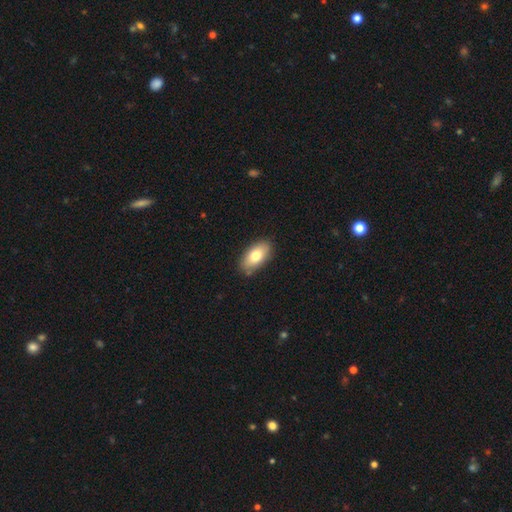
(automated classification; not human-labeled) smooth 77%, featured or disk 16%, star or artifact 7%. Down the decision tree: how rounded — in between (92%); merging — none (85%).